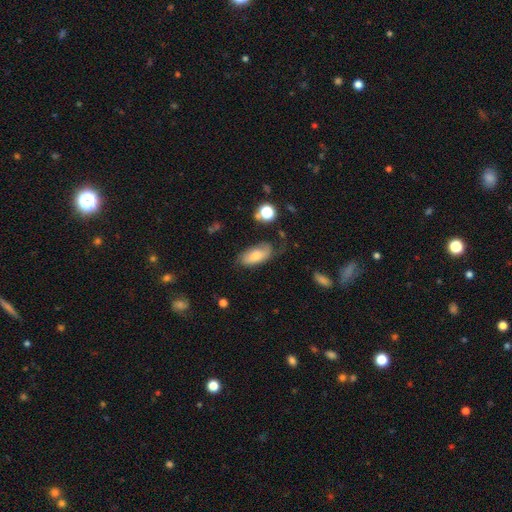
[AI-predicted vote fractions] A smooth galaxy with no disk features (65%) that is in between round and cigar-shaped (89%).

Vote fractions:
- Smooth or featured? smooth: 65% / featured or disk: 27% / star or artifact: 8%
- How rounded? in between: 89% / cigar-shaped: 8% / round: 3%
- Merging? none: 55% / minor disturbance: 29% / major disturbance: 13% / merger: 3%